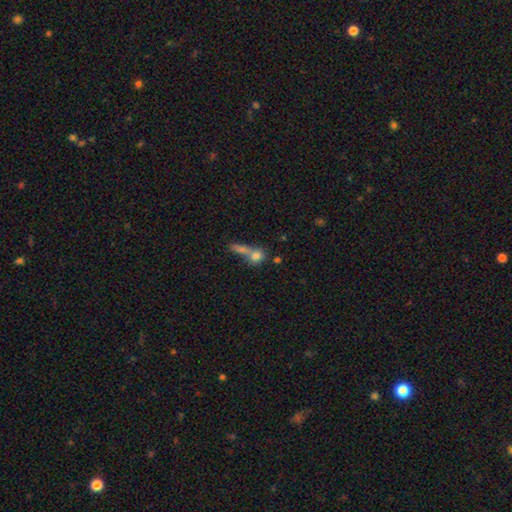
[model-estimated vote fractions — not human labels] Overall: smooth (75%). How rounded: round (58%; in between 32%). Merging: merger (55%; none 31%).